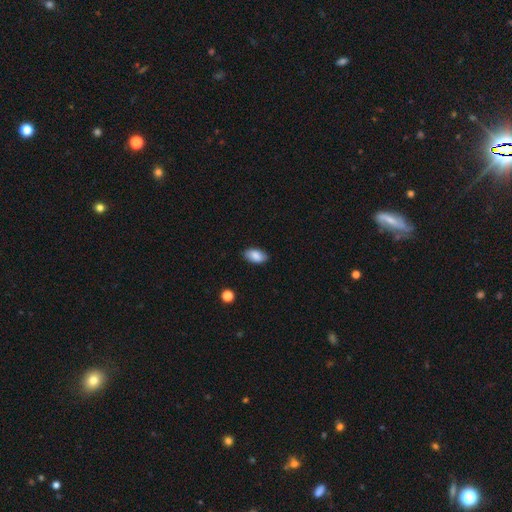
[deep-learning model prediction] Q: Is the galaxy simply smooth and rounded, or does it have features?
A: smooth — 86%.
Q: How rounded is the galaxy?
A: in between — 94%.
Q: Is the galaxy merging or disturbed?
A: none — 86%.